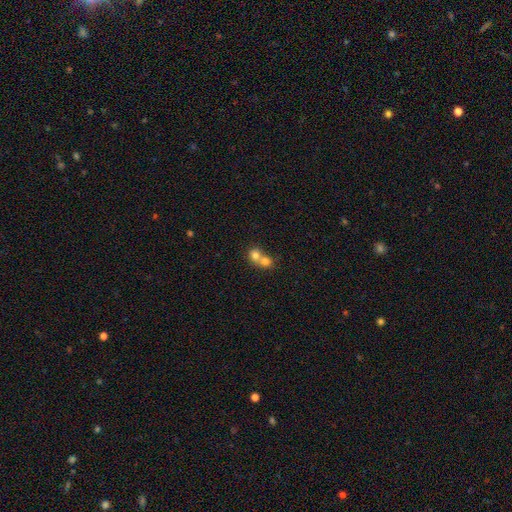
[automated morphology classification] Smooth or featured? Predicted: smooth (p=0.76). How rounded? Predicted: round (p=0.79). Merging? Predicted: merger (p=0.70).